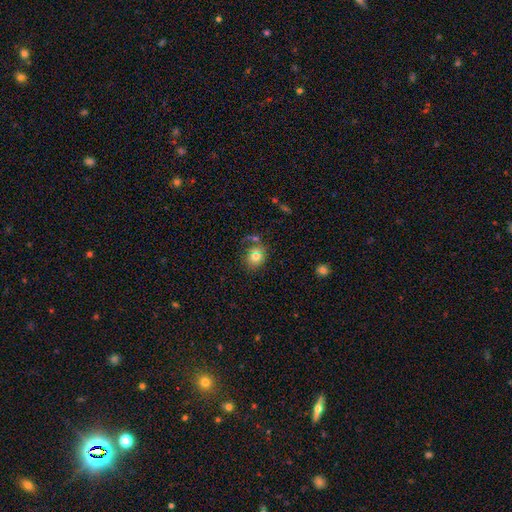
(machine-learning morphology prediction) Smooth or featured?
  - smooth: 78% *
  - featured or disk: 12%
  - star or artifact: 10%
How rounded?
  - round: 68% *
  - in between: 31%
  - cigar-shaped: 1%
Merging?
  - none: 63% *
  - minor disturbance: 16%
  - merger: 13%
  - major disturbance: 8%